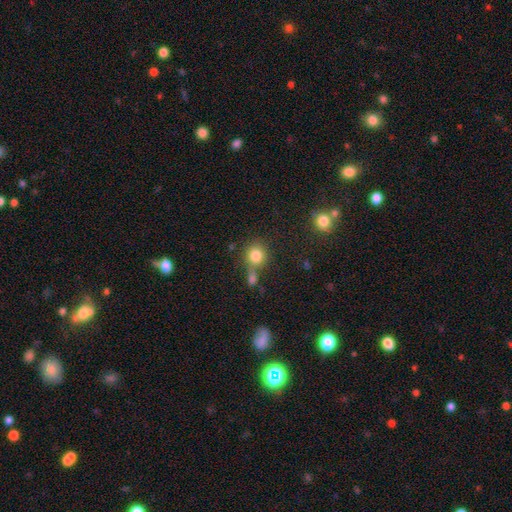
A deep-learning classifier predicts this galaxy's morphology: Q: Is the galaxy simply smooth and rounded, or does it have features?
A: smooth — 81%.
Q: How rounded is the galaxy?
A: round — 86%.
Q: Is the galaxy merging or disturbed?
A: none — 58%.